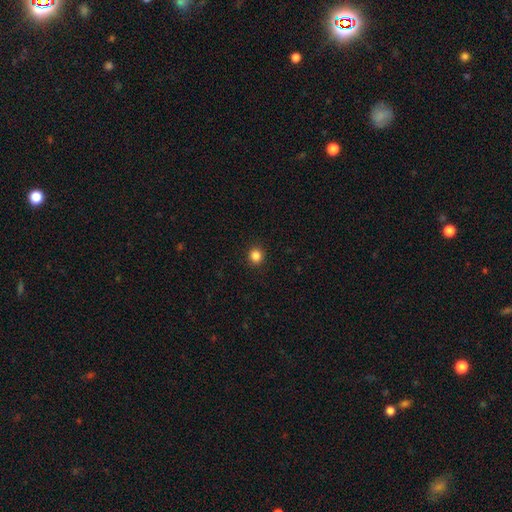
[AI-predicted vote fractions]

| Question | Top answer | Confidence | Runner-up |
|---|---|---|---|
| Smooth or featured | smooth | 85% | star or artifact (11%) |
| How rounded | round | 92% | in between (7%) |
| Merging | none | 93% | minor disturbance (5%) |